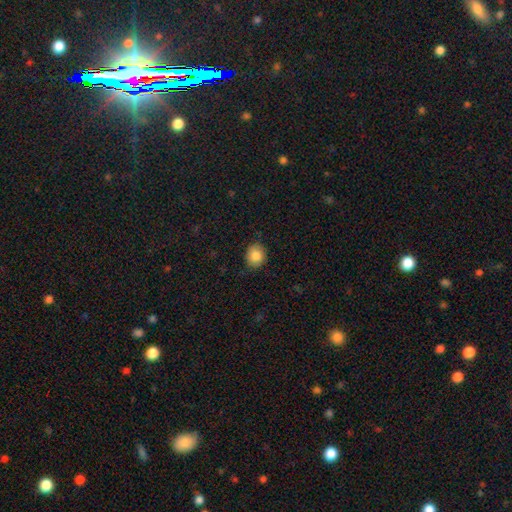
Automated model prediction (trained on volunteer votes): Overall: smooth (85%). How rounded: round (63%; in between 36%). Merging: none (85%).